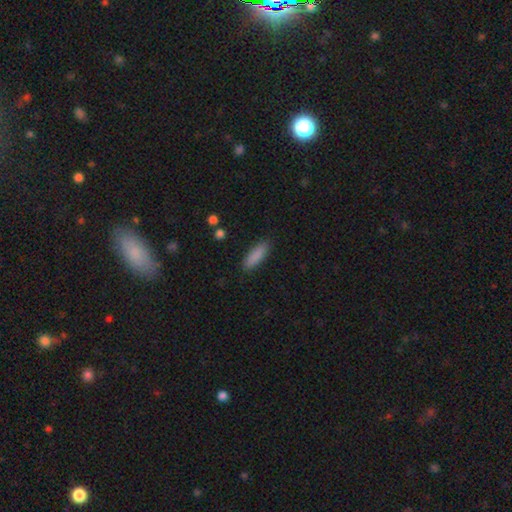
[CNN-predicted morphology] Smooth or featured? Predicted: smooth (p=0.88). How rounded? Predicted: in between (p=0.52). Merging? Predicted: none (p=0.88).